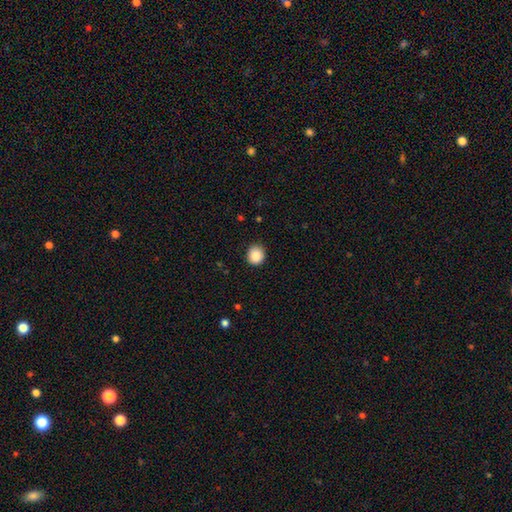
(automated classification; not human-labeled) A smooth galaxy with no disk features (88%) that is round (85%).

Vote fractions:
- Smooth or featured? smooth: 88% / star or artifact: 9% / featured or disk: 3%
- How rounded? round: 85% / in between: 15% / cigar-shaped: 1%
- Merging? none: 89% / minor disturbance: 8% / major disturbance: 2% / merger: 1%